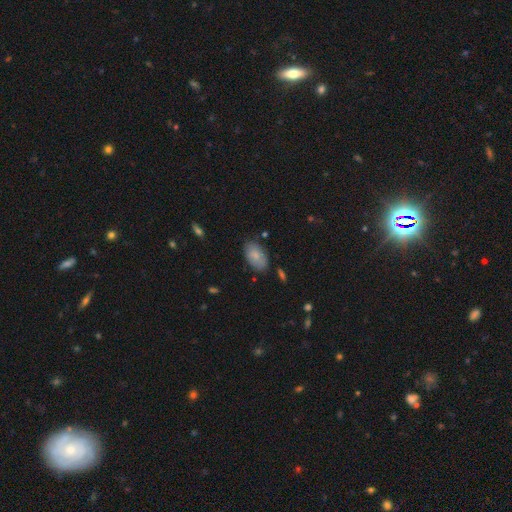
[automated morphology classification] A smooth galaxy with no disk features (82%) that is in between round and cigar-shaped (93%).

Vote fractions:
- Smooth or featured? smooth: 82% / featured or disk: 11% / star or artifact: 7%
- How rounded? in between: 93% / round: 5% / cigar-shaped: 2%
- Merging? none: 79% / minor disturbance: 16% / major disturbance: 3% / merger: 2%